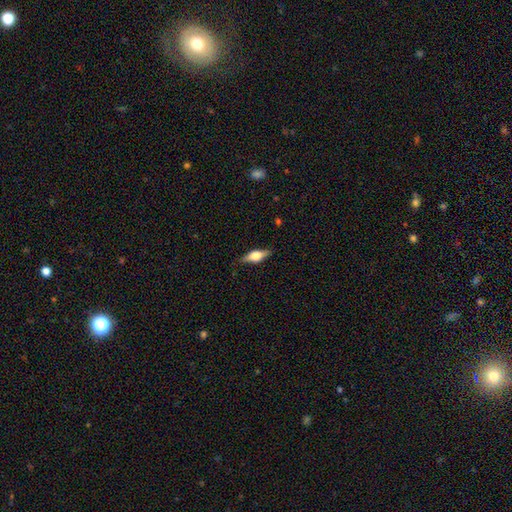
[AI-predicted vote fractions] featured or disk 50%, smooth 42%, star or artifact 7%. Down the decision tree: edge-on disk — yes (94%); merging — none (83%).